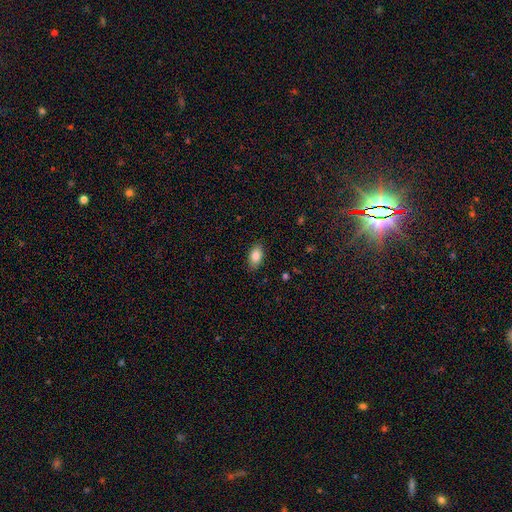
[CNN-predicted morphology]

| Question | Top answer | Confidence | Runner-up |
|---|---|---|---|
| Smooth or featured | smooth | 85% | star or artifact (8%) |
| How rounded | in between | 92% | round (6%) |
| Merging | none | 87% | minor disturbance (10%) |